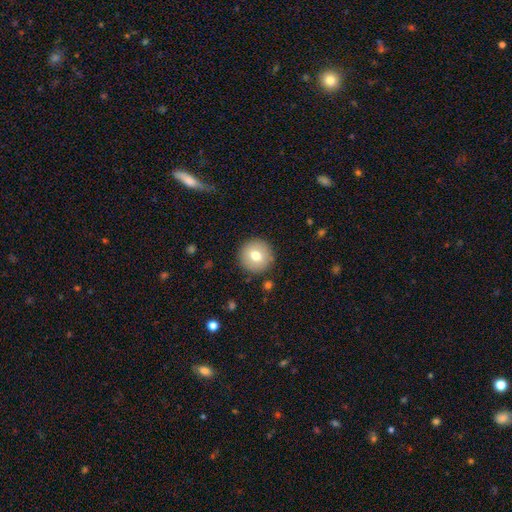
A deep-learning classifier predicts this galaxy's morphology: This appears to be a smooth galaxy with no disk features (73%) that is round (96%). Merging: none (90%).